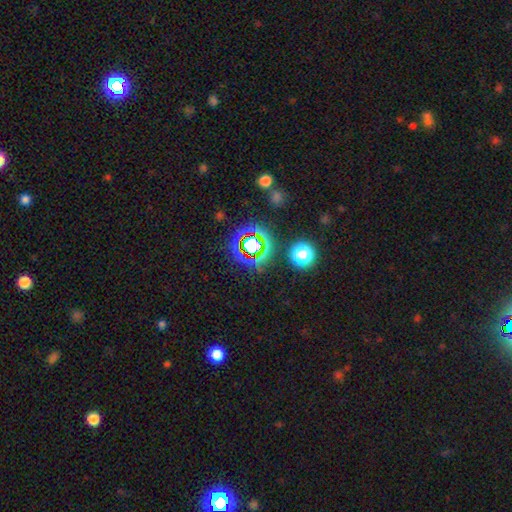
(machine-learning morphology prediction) smooth_or_featured: star or artifact (p=0.73) [alt: smooth p=0.17]